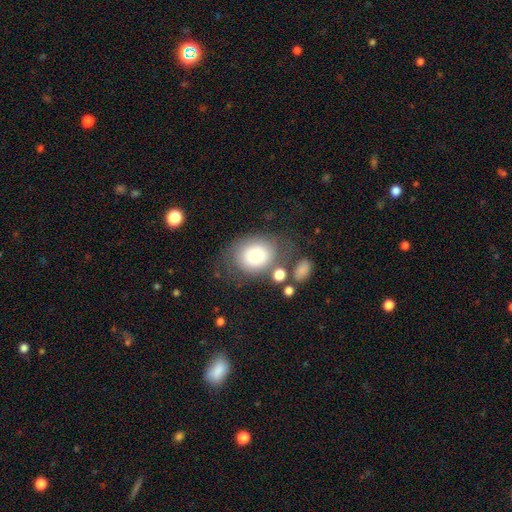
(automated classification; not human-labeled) Smooth or featured? smooth (69%)
How rounded? in between (51%)
Merging? none (62%)